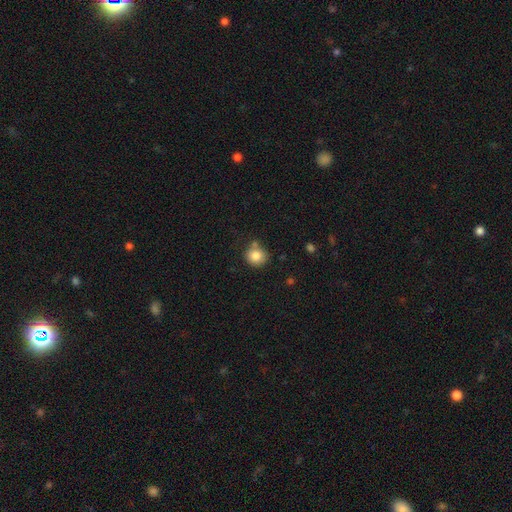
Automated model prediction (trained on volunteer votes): The model was most divided on "merging": none: 70%, minor disturbance: 14%, merger: 13%, major disturbance: 4%. More confident: how rounded — round (84%); smooth or featured — smooth (83%).